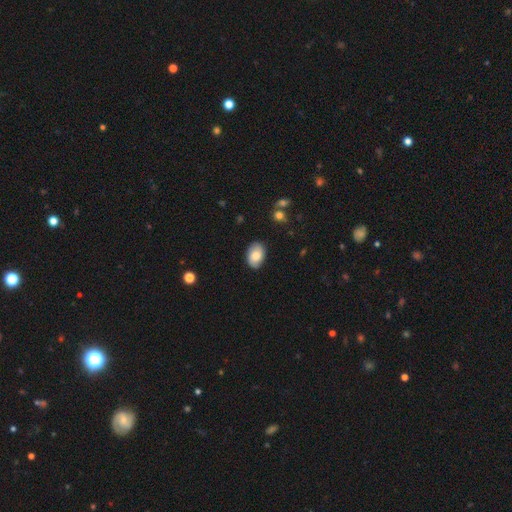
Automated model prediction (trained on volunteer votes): This is likely a smooth galaxy (75%). How rounded: clearly in between (87%). Merging: clearly none (84%).